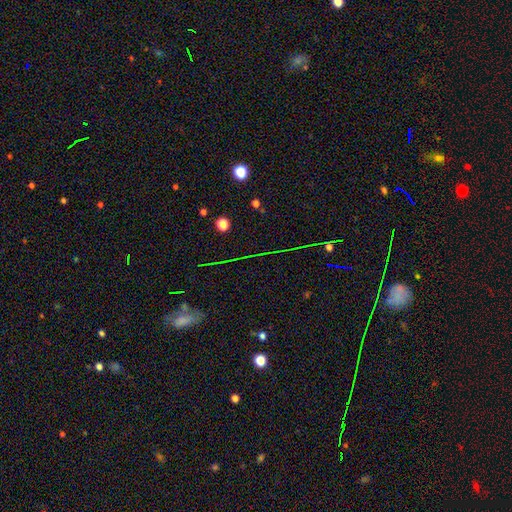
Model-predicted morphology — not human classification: Overall: star or artifact (70%).